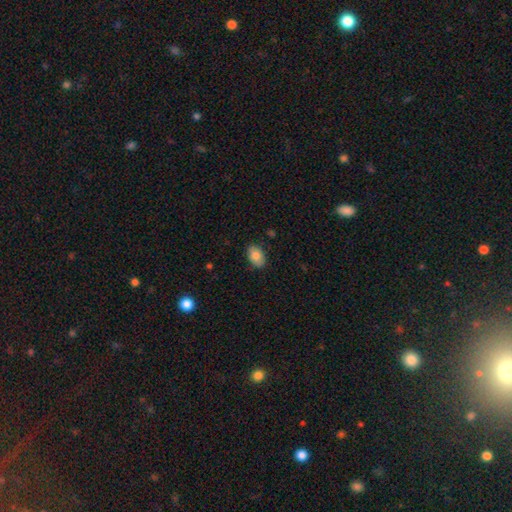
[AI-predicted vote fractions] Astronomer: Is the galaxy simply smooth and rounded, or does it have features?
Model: smooth — 84%.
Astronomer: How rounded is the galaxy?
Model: in between — 86%.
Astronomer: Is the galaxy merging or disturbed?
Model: none — 84%.